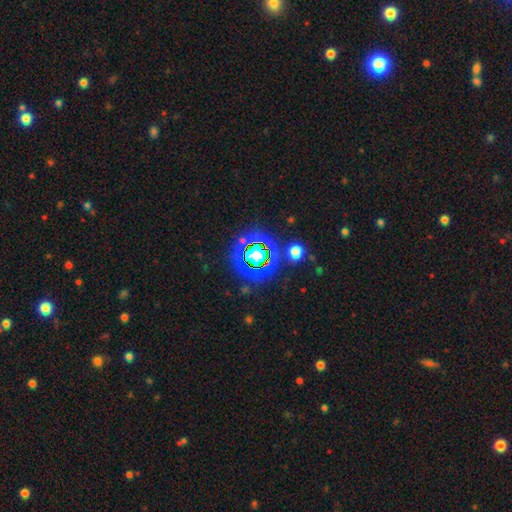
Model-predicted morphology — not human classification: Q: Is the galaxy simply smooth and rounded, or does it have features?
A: star or artifact — 68%.